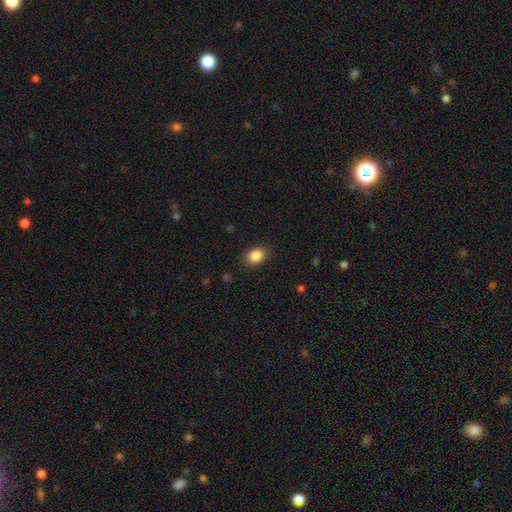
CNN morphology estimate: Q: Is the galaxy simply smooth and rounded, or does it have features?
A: smooth — 87%.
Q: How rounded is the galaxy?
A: in between — 58%.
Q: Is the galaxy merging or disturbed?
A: none — 85%.